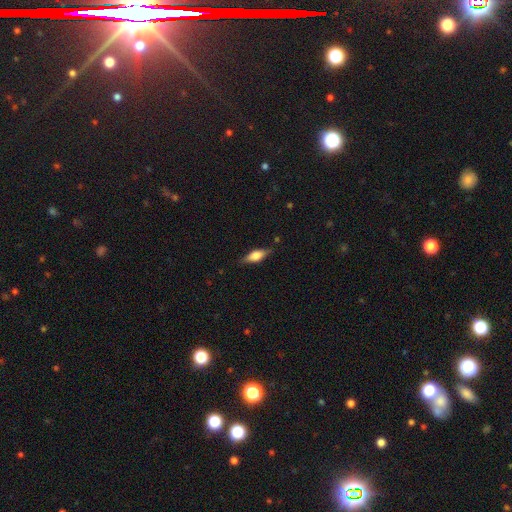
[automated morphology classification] A featured or disk galaxy (49%).

Vote fractions:
- Smooth or featured? featured or disk: 49% / smooth: 43% / star or artifact: 7%
- Merging? none: 81% / minor disturbance: 14% / major disturbance: 3% / merger: 1%